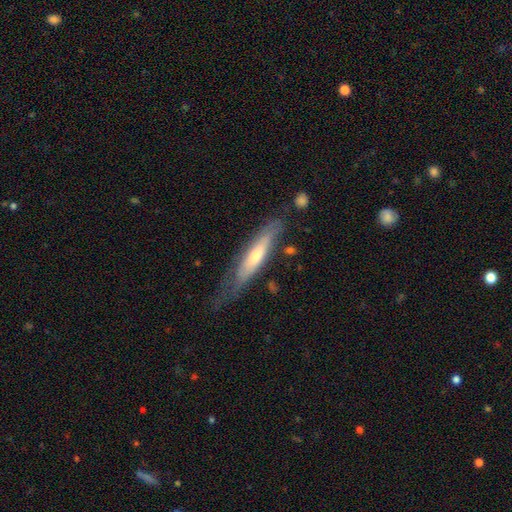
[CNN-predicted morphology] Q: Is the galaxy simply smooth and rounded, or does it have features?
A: featured or disk — 50%.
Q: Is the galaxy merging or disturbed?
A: none — 58%.